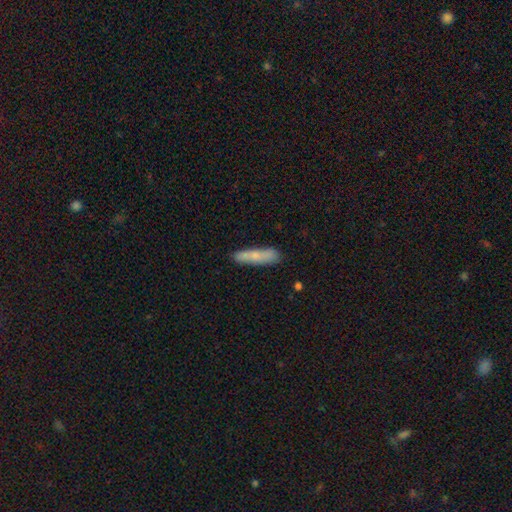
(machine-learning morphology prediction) Q: Smooth or featured?
A: smooth (70%); runner-up: featured or disk (24%)
Q: How rounded?
A: cigar-shaped (80%); runner-up: in between (18%)
Q: Merging?
A: none (83%); runner-up: minor disturbance (13%)